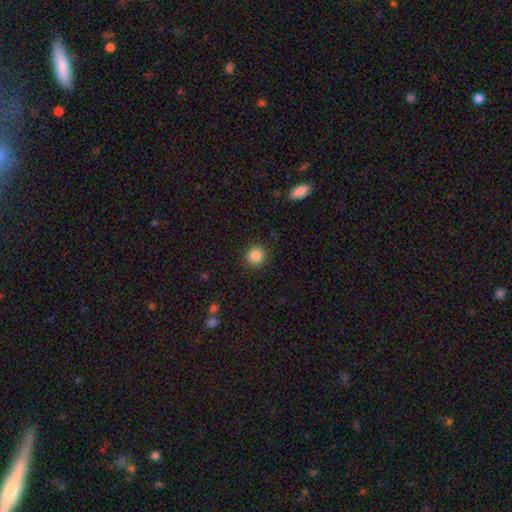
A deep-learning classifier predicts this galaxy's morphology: smooth-or-featured: smooth: 86% | star or artifact: 10% | featured or disk: 4%
  how-rounded: round: 90% | in between: 9% | cigar-shaped: 1%
  merging: none: 90% | minor disturbance: 7% | major disturbance: 2% | merger: 1%